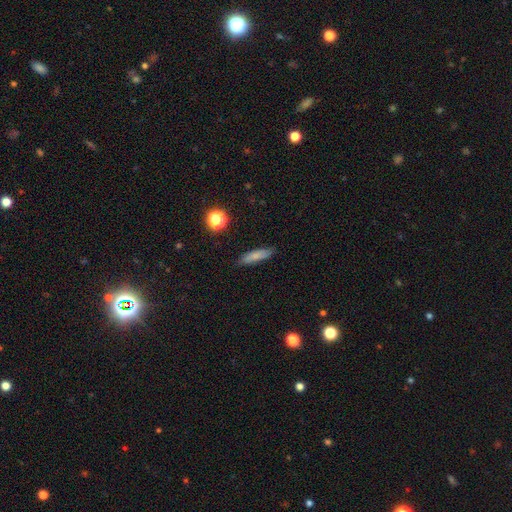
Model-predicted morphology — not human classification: This is likely a smooth galaxy (77%). How rounded: likely cigar-shaped (70%). Merging: clearly none (83%).